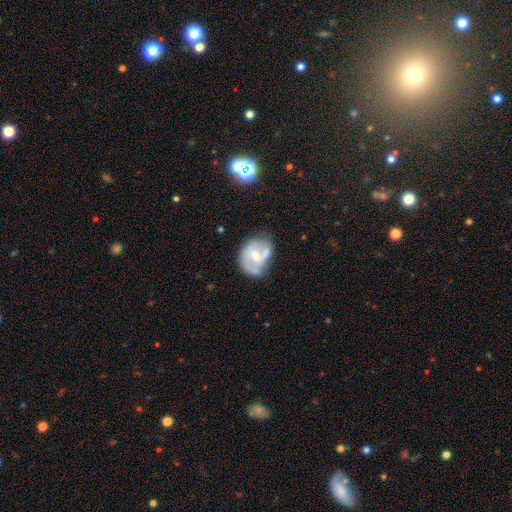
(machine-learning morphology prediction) The model was most divided on "bar": no: 49%, weak: 40%, strong: 11%. Remaining: edge-on disk — no (97%); spiral arms — yes (63%); smooth or featured — featured or disk (62%); bulge size — moderate (54%); merging — none (42%).